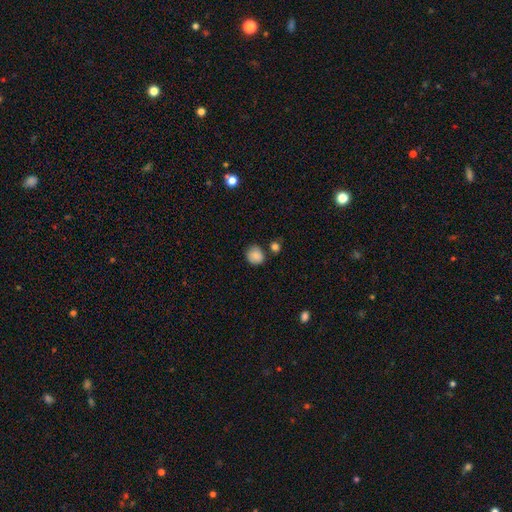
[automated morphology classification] This appears to be a smooth galaxy with no disk features (85%) that is round (80%). Merging: none (74%).